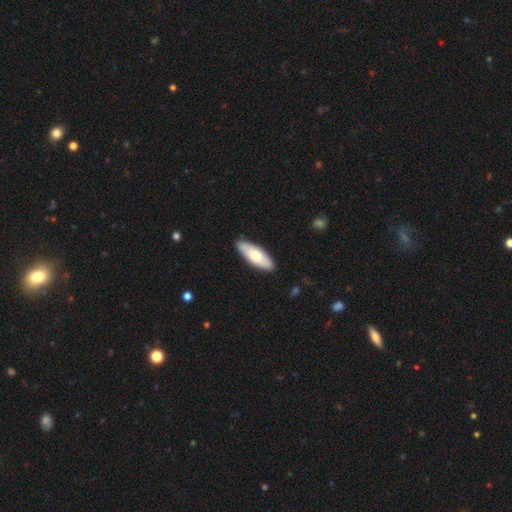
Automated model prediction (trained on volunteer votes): smooth_or_featured: smooth (p=0.70) [alt: featured or disk p=0.25]
how_rounded: in between (p=0.68) [alt: cigar-shaped p=0.30]
merging: none (p=0.88) [alt: minor disturbance p=0.09]